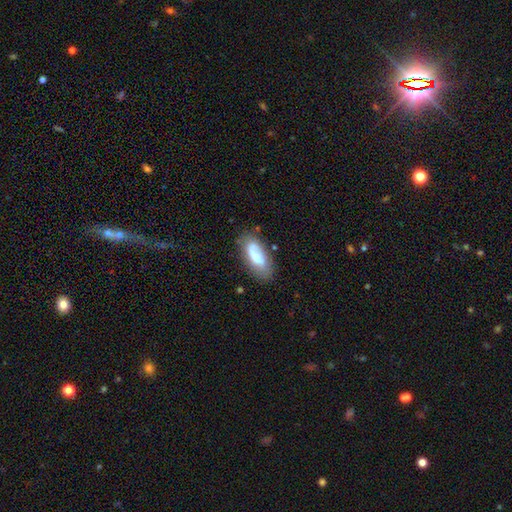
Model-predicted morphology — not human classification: A smooth galaxy with no disk features (60%) that is in between round and cigar-shaped (87%).

Vote fractions:
- Smooth or featured? smooth: 60% / featured or disk: 33% / star or artifact: 7%
- How rounded? in between: 87% / cigar-shaped: 10% / round: 3%
- Merging? none: 60% / minor disturbance: 25% / major disturbance: 11% / merger: 4%